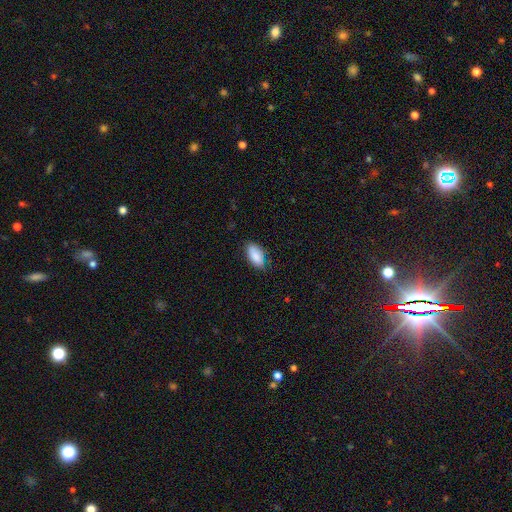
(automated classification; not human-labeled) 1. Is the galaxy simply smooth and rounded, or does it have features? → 88% smooth, 7% star or artifact, 6% featured or disk.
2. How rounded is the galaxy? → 92% in between, 5% cigar-shaped, 3% round.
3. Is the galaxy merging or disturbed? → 73% none, 22% minor disturbance, 4% major disturbance, 1% merger.